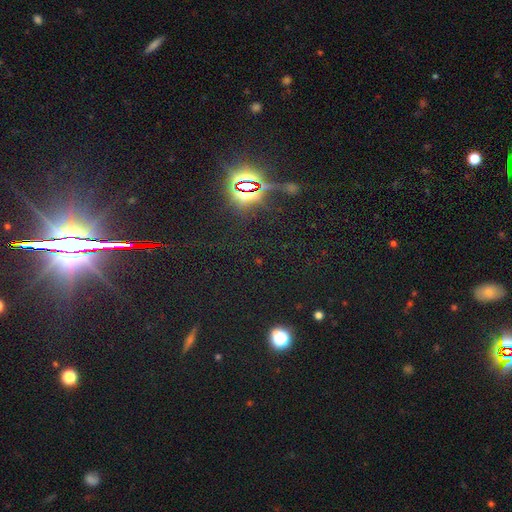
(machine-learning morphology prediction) This appears to be a star or artifact, not a galaxy (80%).